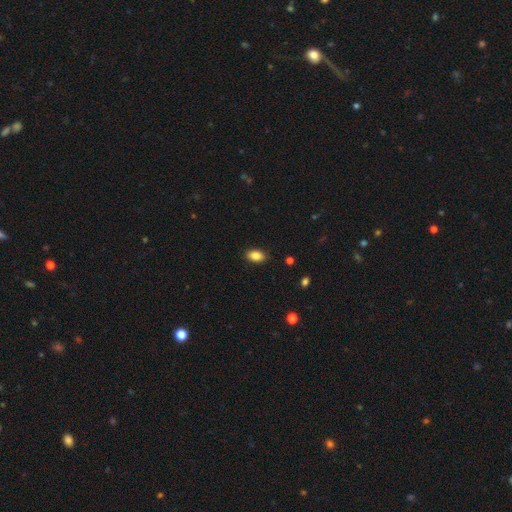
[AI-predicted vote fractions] A smooth galaxy with no disk features (86%) that is in between round and cigar-shaped (91%).

Vote fractions:
- Smooth or featured? smooth: 86% / star or artifact: 8% / featured or disk: 5%
- How rounded? in between: 91% / round: 7% / cigar-shaped: 2%
- Merging? none: 88% / minor disturbance: 9% / major disturbance: 2% / merger: 1%